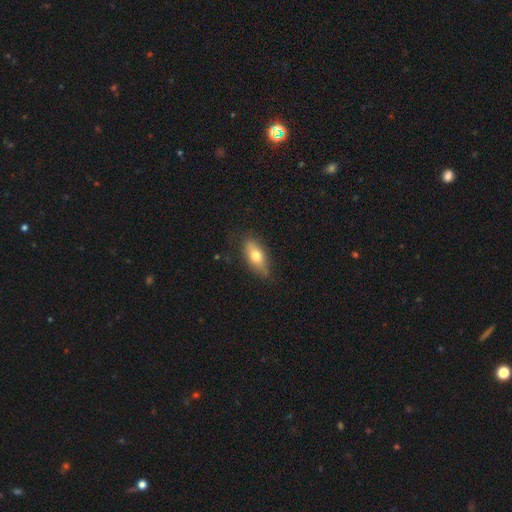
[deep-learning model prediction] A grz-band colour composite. It shows a smooth galaxy with no disk features (68%) that is in between round and cigar-shaped (77%). Merging: none (77%).